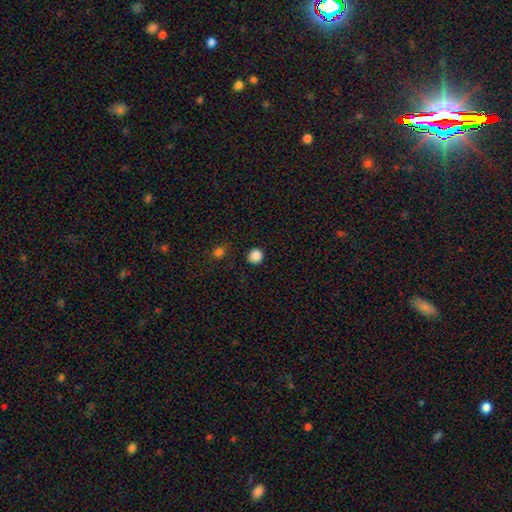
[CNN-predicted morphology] type=smooth (87%); roundness=round (93%); merging=none (91%).